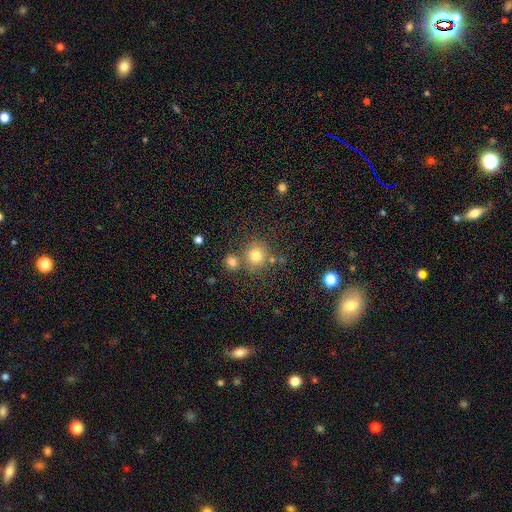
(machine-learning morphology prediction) Smooth or featured? smooth (77%)
How rounded? round (90%)
Merging? none (69%)